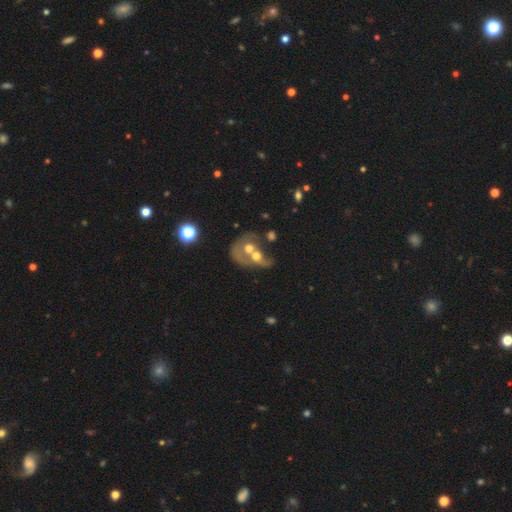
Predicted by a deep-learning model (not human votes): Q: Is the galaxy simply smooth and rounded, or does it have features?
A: featured or disk — 49%.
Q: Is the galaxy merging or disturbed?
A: merger — 70%.